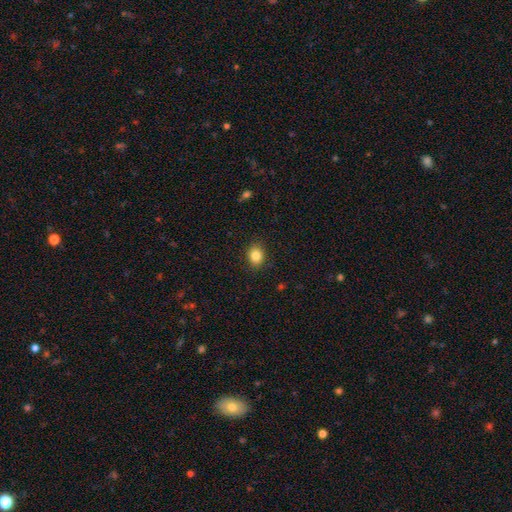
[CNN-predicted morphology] Smooth or featured? smooth (85%)
How rounded? round (51%)
Merging? none (89%)